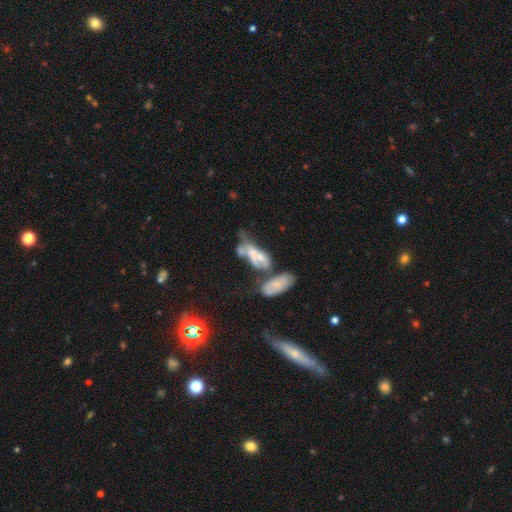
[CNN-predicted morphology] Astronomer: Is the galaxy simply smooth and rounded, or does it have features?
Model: featured or disk — 50% (runner-up: smooth, 40%).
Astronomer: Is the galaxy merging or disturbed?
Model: merger — 51%.